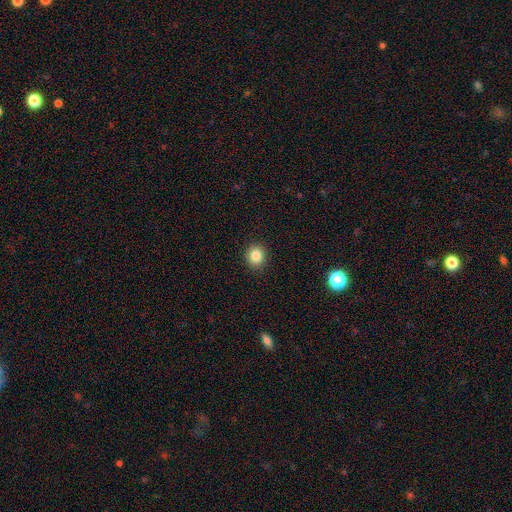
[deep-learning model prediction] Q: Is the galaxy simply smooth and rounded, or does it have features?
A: smooth — 84%.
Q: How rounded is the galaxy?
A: round — 80%.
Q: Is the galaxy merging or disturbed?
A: none — 90%.